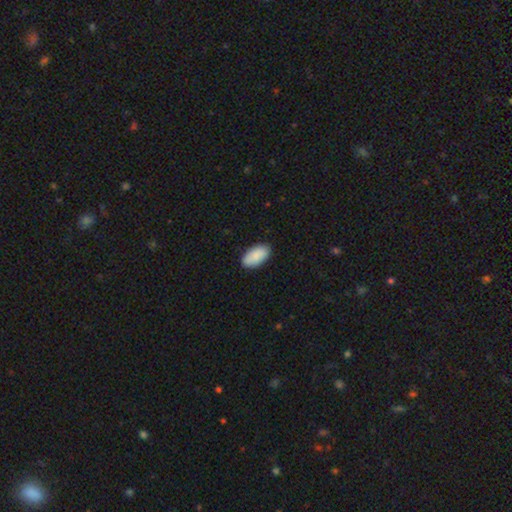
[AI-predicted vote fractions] This is clearly a smooth galaxy (89%). How rounded: clearly in between (95%). Merging: clearly none (88%).